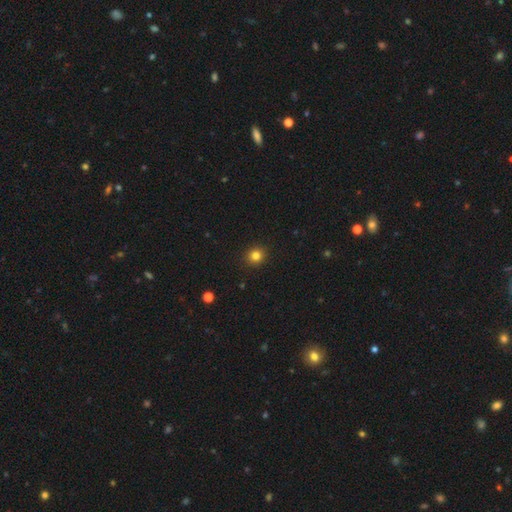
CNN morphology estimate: This is clearly a smooth galaxy (82%). How rounded: clearly round (89%). Merging: clearly none (92%).